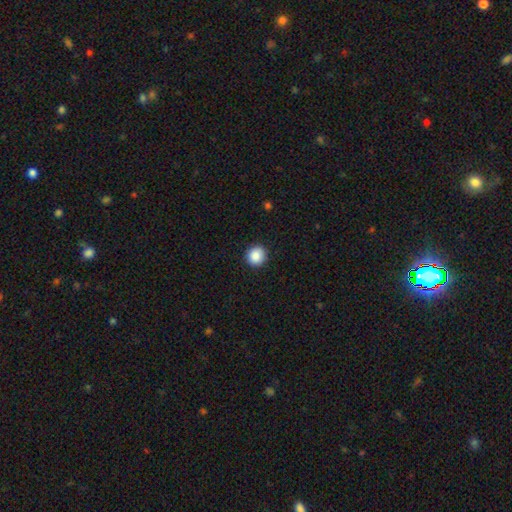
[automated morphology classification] A smooth galaxy with no disk features (88%) that is round (92%). Merging: none (91%).